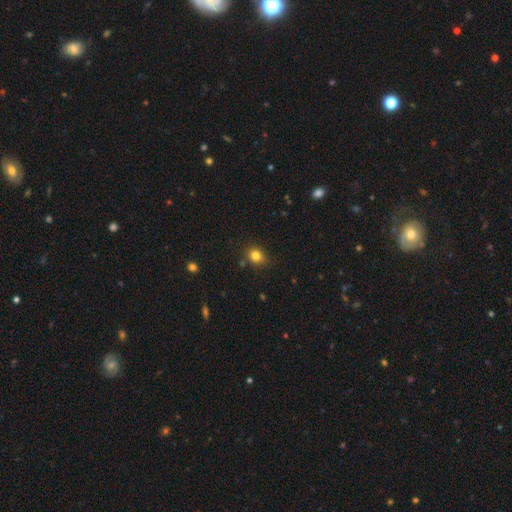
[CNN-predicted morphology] This appears to be a smooth galaxy with no disk features (82%) that is round (61%). Merging: none (82%).